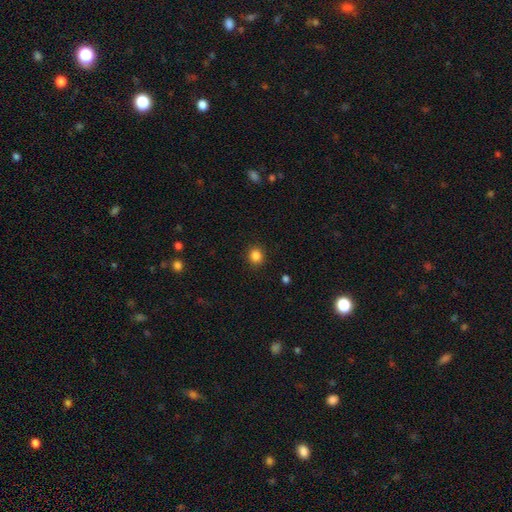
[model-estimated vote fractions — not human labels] Overall: smooth (85%). How rounded: round (82%). Merging: none (91%).